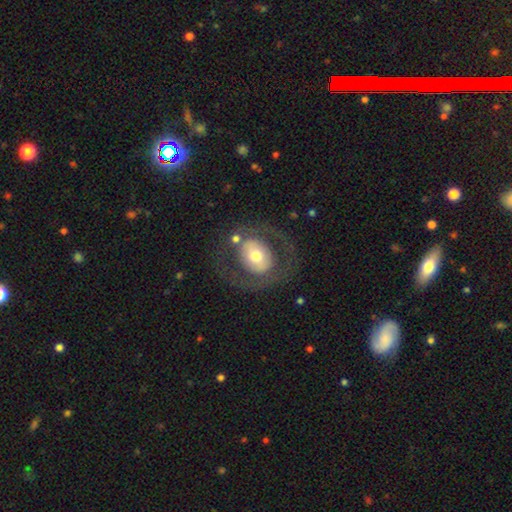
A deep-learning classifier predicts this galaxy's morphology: type=featured or disk (51%); edge-on=no (94%); merging=none (70%).